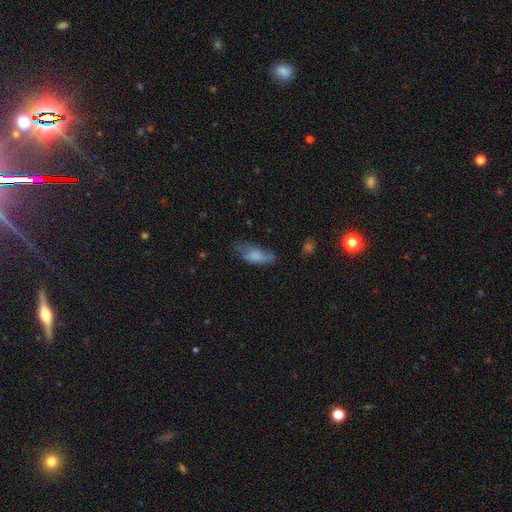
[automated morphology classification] Overall: smooth (76%). How rounded: in between (72%). Merging: none (48%; minor disturbance 34%).